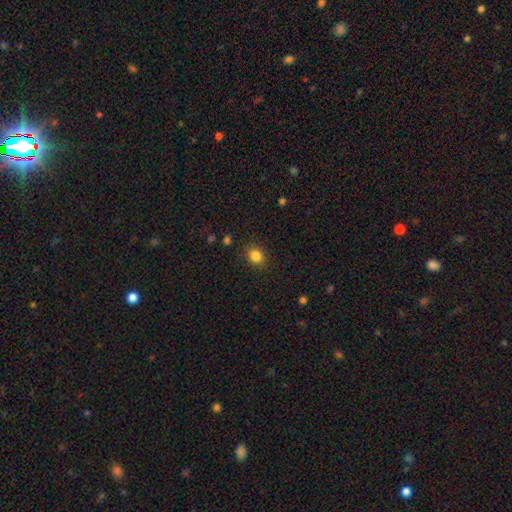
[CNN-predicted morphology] smooth 84%, star or artifact 11%, featured or disk 5%. Down the decision tree: how rounded — round (71%); merging — none (88%).